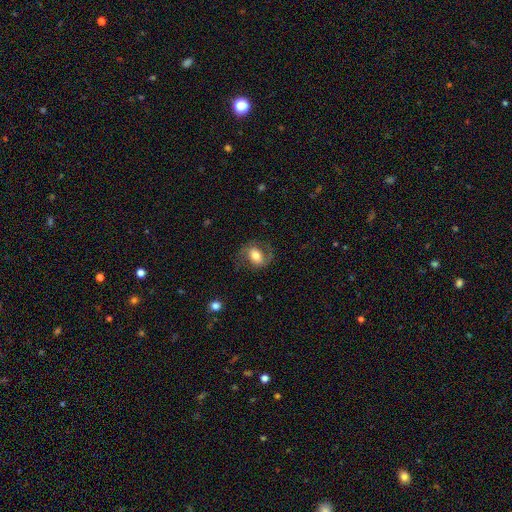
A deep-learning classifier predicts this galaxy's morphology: The model was most divided on "smooth or featured": featured or disk: 48%, smooth: 44%, star or artifact: 8%. More confident: merging — none (66%).